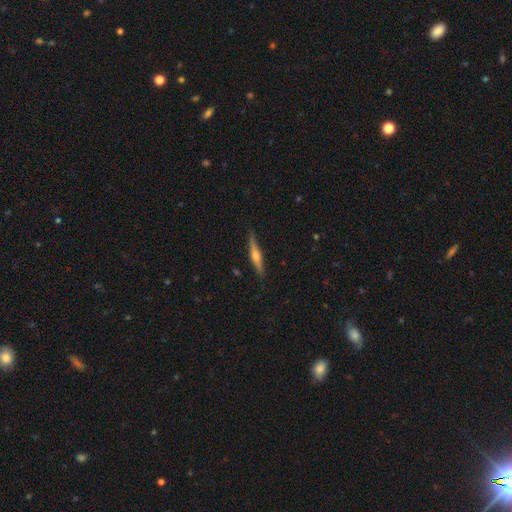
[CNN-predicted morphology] Smooth or featured?
  - featured or disk: 58% *
  - smooth: 36%
  - star or artifact: 6%
Edge-on disk?
  - yes: 96% *
  - no: 4%
Edge-on bulge?
  - rounded: 87% *
  - none: 8%
  - boxy: 6%
Merging?
  - none: 84% *
  - minor disturbance: 13%
  - major disturbance: 2%
  - merger: 1%